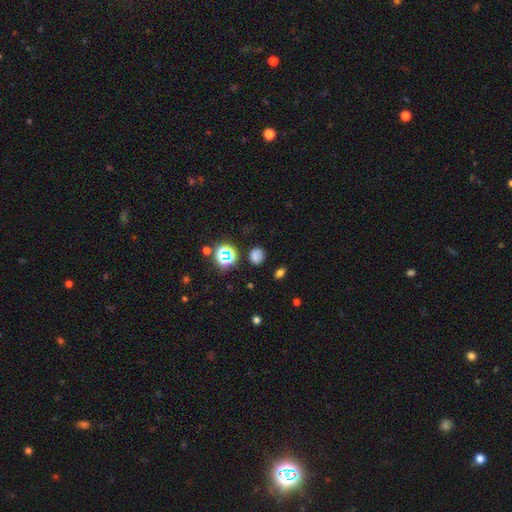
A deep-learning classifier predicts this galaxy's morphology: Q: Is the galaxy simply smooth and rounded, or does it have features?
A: smooth — 71%.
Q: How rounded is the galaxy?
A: round — 65%.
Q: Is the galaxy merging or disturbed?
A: none — 81%.